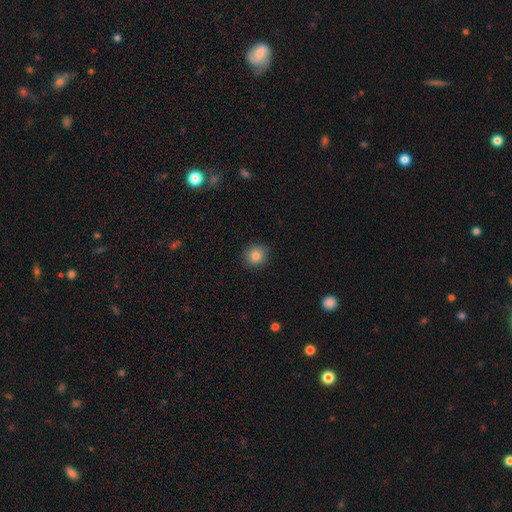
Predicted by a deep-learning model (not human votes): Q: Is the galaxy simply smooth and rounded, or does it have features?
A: smooth — 83%.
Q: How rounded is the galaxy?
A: round — 88%.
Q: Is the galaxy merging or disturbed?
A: none — 88%.